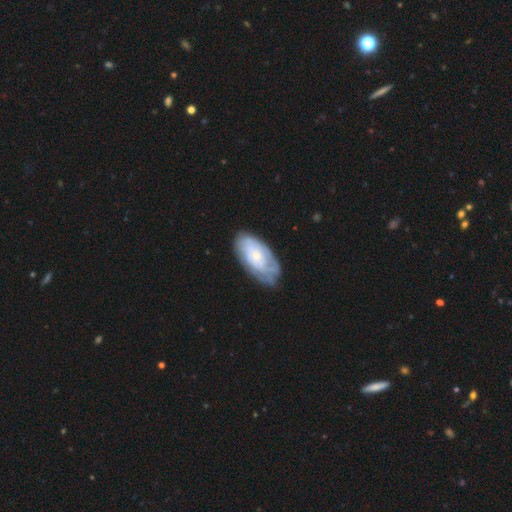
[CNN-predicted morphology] Q: Smooth or featured?
A: featured or disk (59%); runner-up: smooth (36%)
Q: Edge-on disk?
A: no (93%); runner-up: yes (7%)
Q: Bar?
A: no (80%); runner-up: weak (17%)
Q: Spiral arms?
A: yes (74%); runner-up: no (26%)
Q: Bulge size?
A: small (68%); runner-up: moderate (26%)
Q: Merging?
A: none (69%); runner-up: minor disturbance (23%)